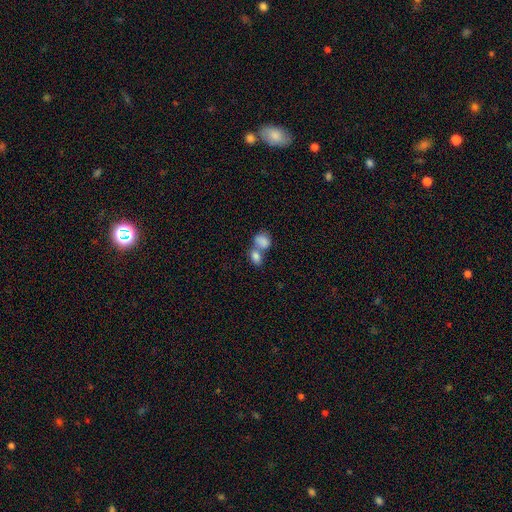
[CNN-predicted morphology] A smooth galaxy with no disk features (80%) that is in between round and cigar-shaped (76%). Merging: merger (66%).